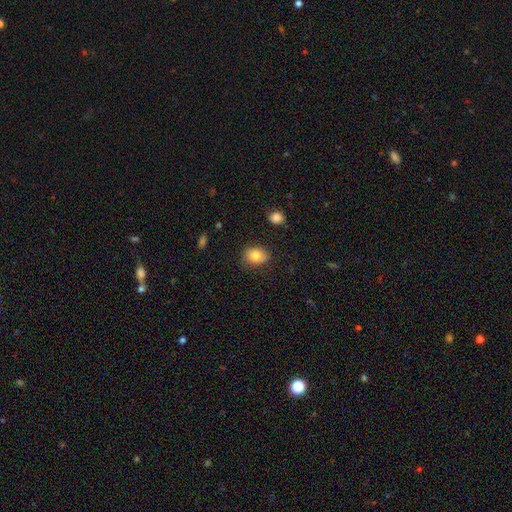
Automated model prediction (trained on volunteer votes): A smooth galaxy with no disk features (81%) that is in between round and cigar-shaped (59%). Merging: none (77%).